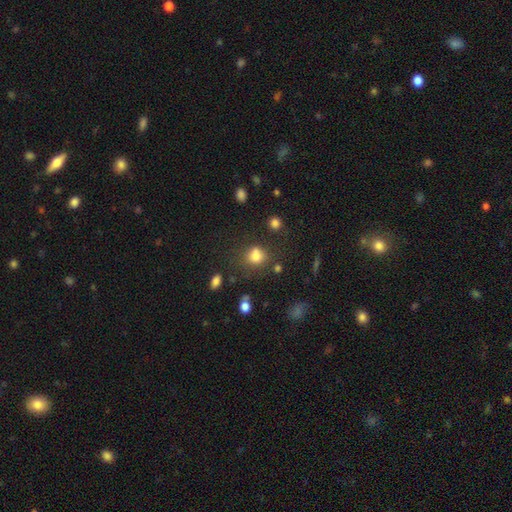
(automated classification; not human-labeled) This is likely a smooth galaxy (78%). How rounded: likely round (60%). Merging: possibly none (57%).